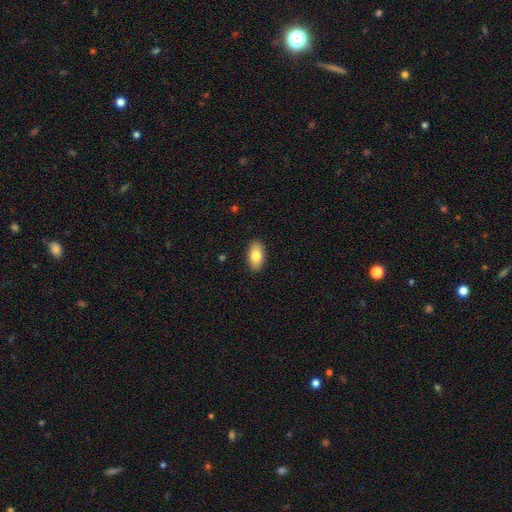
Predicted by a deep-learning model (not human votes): A smooth galaxy with no disk features (81%) that is in between round and cigar-shaped (93%).

Vote fractions:
- Smooth or featured? smooth: 81% / featured or disk: 12% / star or artifact: 6%
- How rounded? in between: 93% / cigar-shaped: 3% / round: 3%
- Merging? none: 89% / minor disturbance: 8% / major disturbance: 2% / merger: 1%